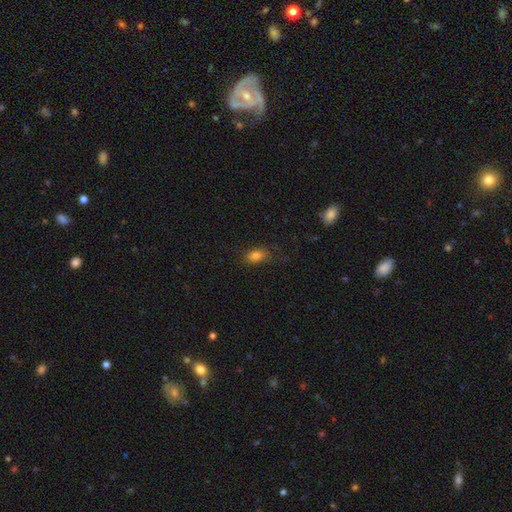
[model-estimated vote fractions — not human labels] Smooth or featured: smooth — 82% (star or artifact — 11%)
How rounded: in between — 84% (round — 12%)
Merging: none — 74% (minor disturbance — 18%)